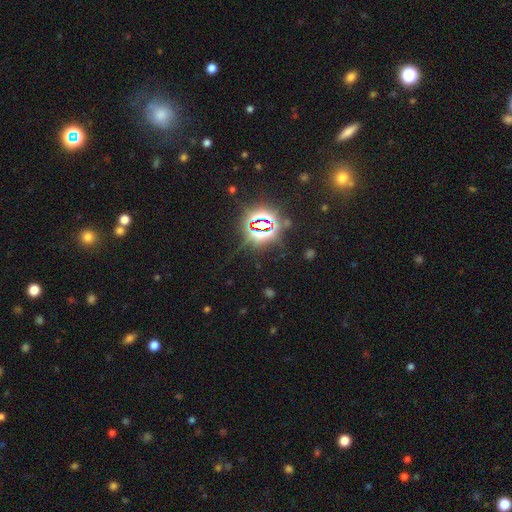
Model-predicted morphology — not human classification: Overall: star or artifact (81%).